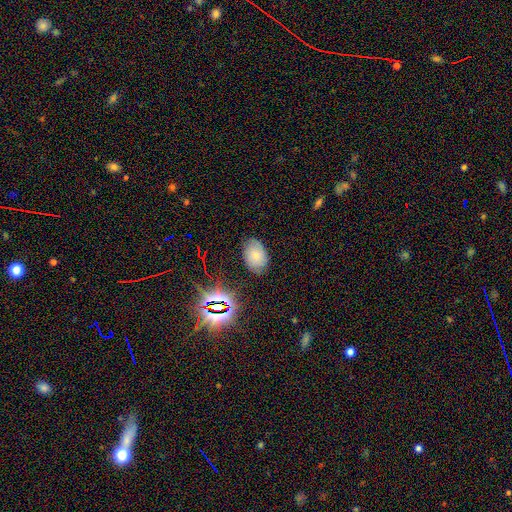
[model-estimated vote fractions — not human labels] The model was most divided on "smooth or featured": smooth: 60%, featured or disk: 23%, star or artifact: 17%. More confident: how rounded — in between (83%); merging — none (78%).